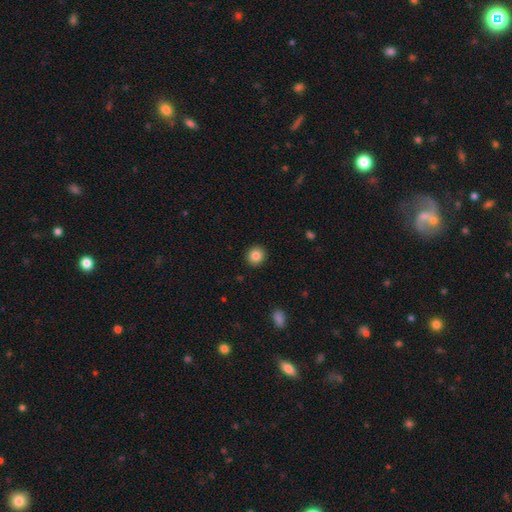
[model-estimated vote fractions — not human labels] Q: Smooth or featured?
A: smooth (85%); runner-up: star or artifact (10%)
Q: How rounded?
A: round (91%); runner-up: in between (8%)
Q: Merging?
A: none (92%); runner-up: minor disturbance (5%)